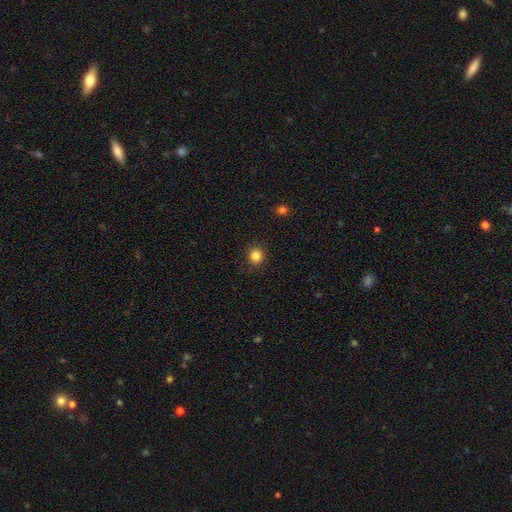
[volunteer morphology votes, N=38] Smooth or featured?
  - smooth: 87% *
  - featured or disk: 8%
  - star or artifact: 5%
How rounded?
  - round: 97% *
  - in between: 3%
  - cigar-shaped: 0%
Merging?
  - none: 97% *
  - major disturbance: 3%
  - minor disturbance: 0%
  - merger: 0%